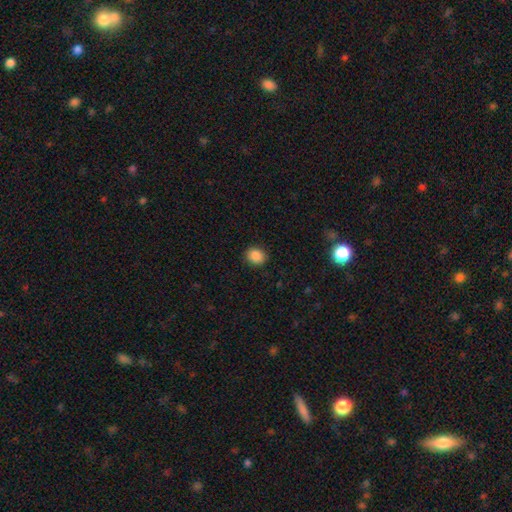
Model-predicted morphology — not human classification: This appears to be a smooth galaxy with no disk features (88%) that is round (67%). Merging: none (90%).